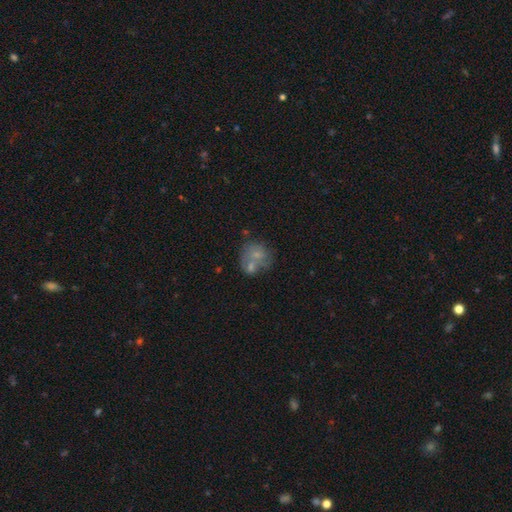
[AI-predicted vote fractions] Smooth or featured: smooth — 57% (featured or disk — 33%)
How rounded: round — 66% (in between — 33%)
Merging: merger — 42% (none — 32%)